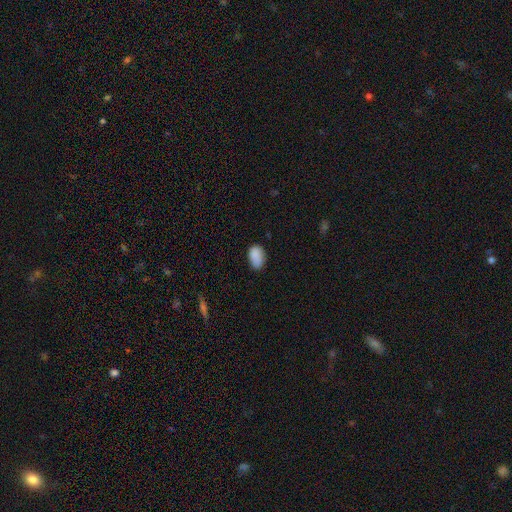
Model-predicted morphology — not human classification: Smooth or featured? Predicted: smooth (p=0.87). How rounded? Predicted: in between (p=0.90). Merging? Predicted: none (p=0.67).